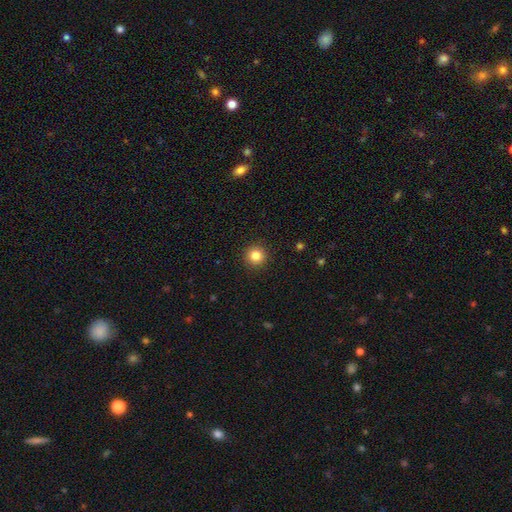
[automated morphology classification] Smooth or featured? smooth (83%)
How rounded? round (95%)
Merging? none (92%)